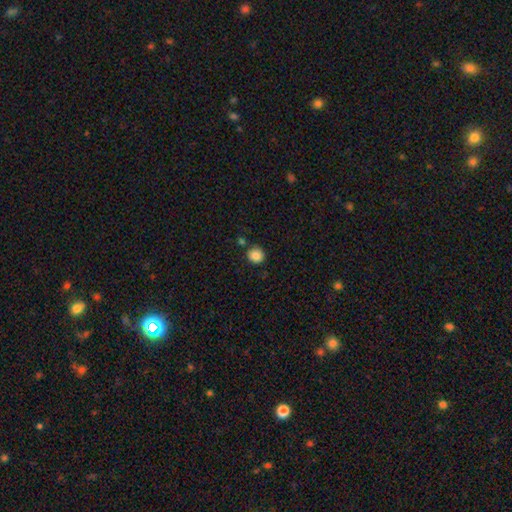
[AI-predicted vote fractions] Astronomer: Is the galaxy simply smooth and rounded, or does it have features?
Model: smooth — 86%.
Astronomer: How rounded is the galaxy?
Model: round — 90%.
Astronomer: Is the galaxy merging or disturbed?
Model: none — 81%.